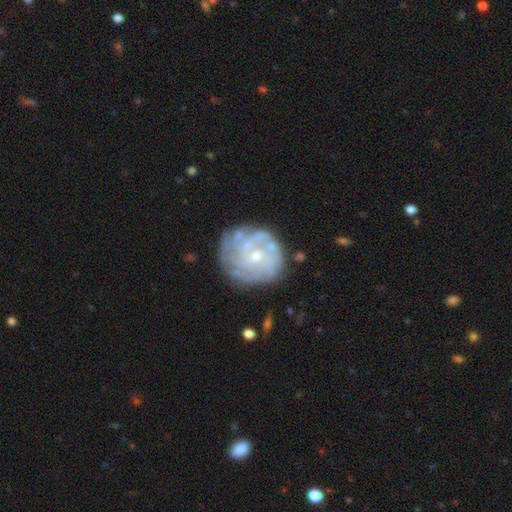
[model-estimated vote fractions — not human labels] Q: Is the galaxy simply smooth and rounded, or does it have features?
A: featured or disk — 79%.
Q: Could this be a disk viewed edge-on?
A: no — 98%.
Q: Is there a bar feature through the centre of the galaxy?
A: no — 70%.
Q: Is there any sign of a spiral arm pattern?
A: yes — 86%.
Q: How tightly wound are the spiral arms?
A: tight — 64%.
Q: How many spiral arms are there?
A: can't tell — 45%.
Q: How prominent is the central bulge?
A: small — 66%.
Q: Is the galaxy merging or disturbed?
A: none — 74%.